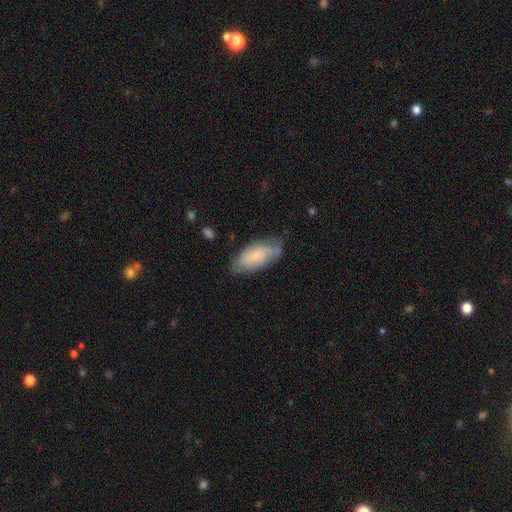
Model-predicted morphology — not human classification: The model was most divided on "smooth or featured": smooth: 56%, featured or disk: 37%, star or artifact: 7%. More confident: how rounded — in between (91%); merging — none (59%).